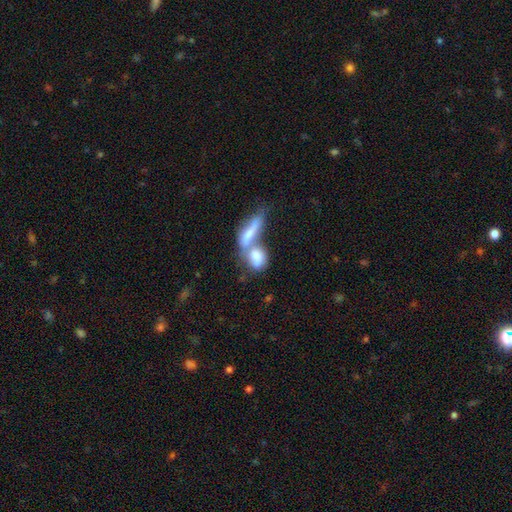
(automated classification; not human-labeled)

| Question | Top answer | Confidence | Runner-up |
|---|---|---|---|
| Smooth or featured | smooth | 66% | featured or disk (25%) |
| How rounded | in between | 58% | cigar-shaped (24%) |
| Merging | merger | 69% | none (17%) |